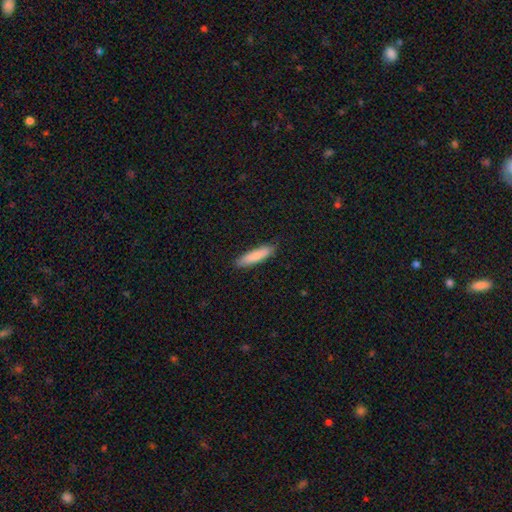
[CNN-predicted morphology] A smooth galaxy with no disk features (83%) that is cigar-shaped (79%). Merging: none (86%).